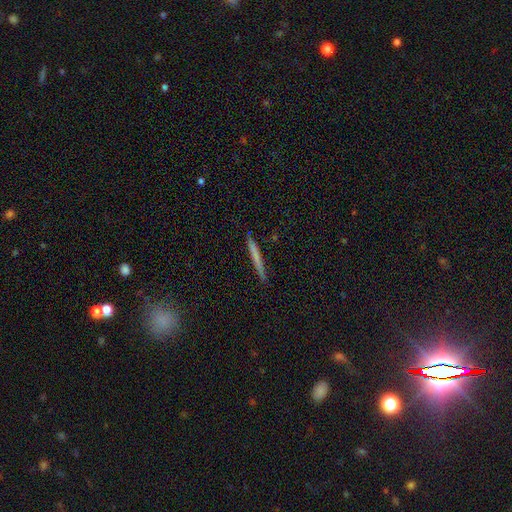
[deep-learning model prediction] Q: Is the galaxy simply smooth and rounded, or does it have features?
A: smooth — 64%.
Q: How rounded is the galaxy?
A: cigar-shaped — 97%.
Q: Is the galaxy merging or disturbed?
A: none — 90%.